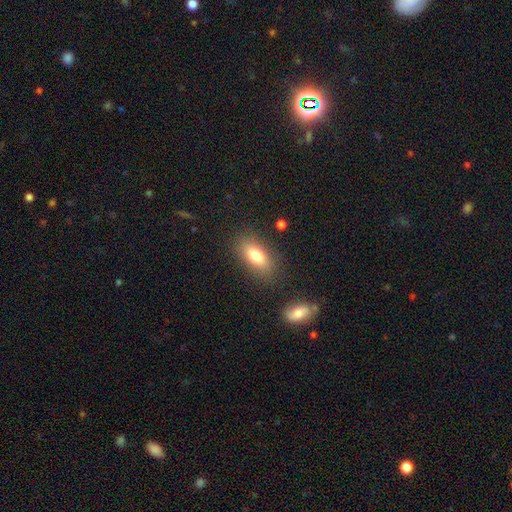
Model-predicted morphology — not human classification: smooth 78%, featured or disk 13%, star or artifact 9%. Down the decision tree: how rounded — in between (85%); merging — none (83%).